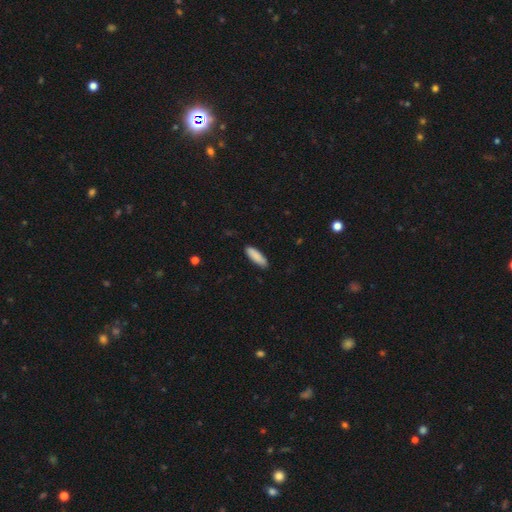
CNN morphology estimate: The model was most divided on "how rounded": cigar-shaped: 50%, in between: 48%, round: 1%. More confident: smooth or featured — smooth (89%); merging — none (87%).